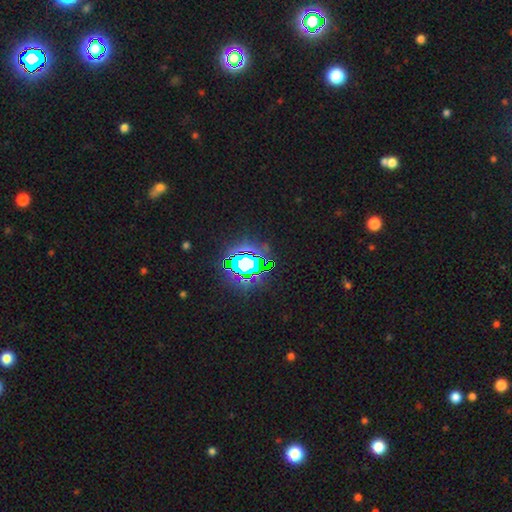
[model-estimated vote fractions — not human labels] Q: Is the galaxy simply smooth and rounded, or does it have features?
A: star or artifact — 82%.